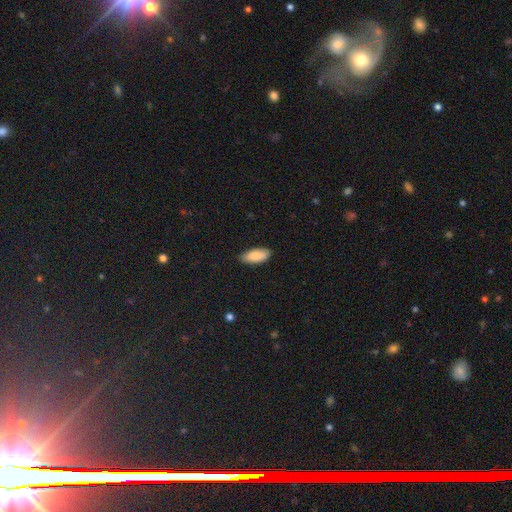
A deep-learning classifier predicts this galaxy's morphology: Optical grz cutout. It shows a smooth galaxy with no disk features (87%) that is in between round and cigar-shaped (85%). Merging: none (86%).